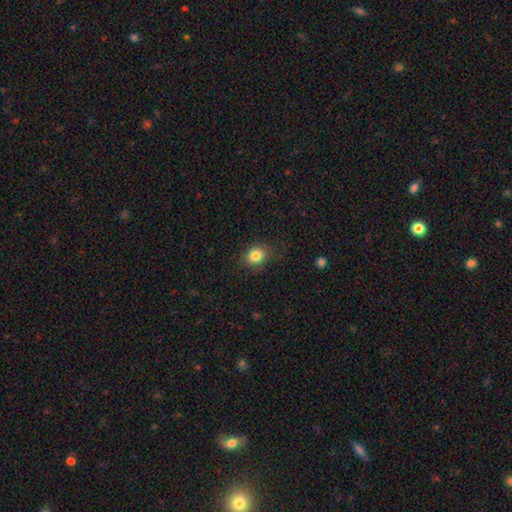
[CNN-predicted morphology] type=smooth (84%); roundness=round (58%); merging=none (85%).